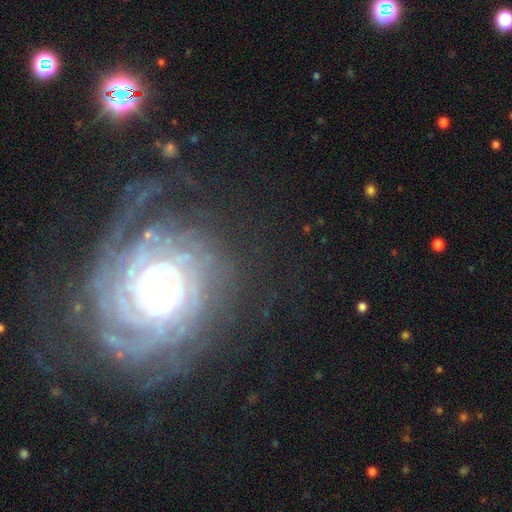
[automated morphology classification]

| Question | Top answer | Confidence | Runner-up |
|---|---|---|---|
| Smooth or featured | featured or disk | 87% | star or artifact (8%) |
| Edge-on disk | no | 97% | yes (3%) |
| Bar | weak | 37% | no (35%) |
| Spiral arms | yes | 98% | no (2%) |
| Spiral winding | tight | 83% | medium (14%) |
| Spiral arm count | can't tell | 25% | more than 4 (19%) |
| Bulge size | small | 53% | moderate (39%) |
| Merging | none | 71% | minor disturbance (16%) |